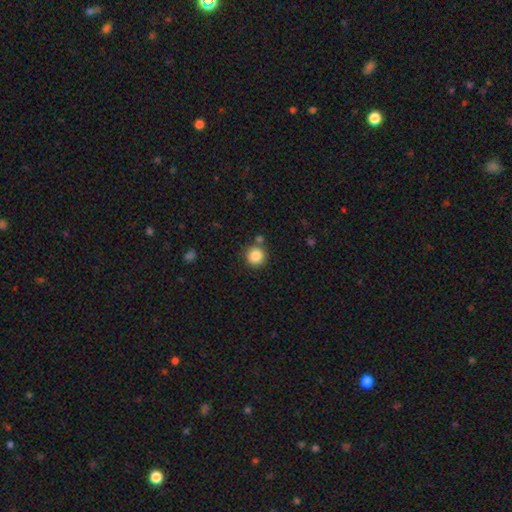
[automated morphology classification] Overall: smooth (85%). How rounded: round (94%). Merging: none (80%).